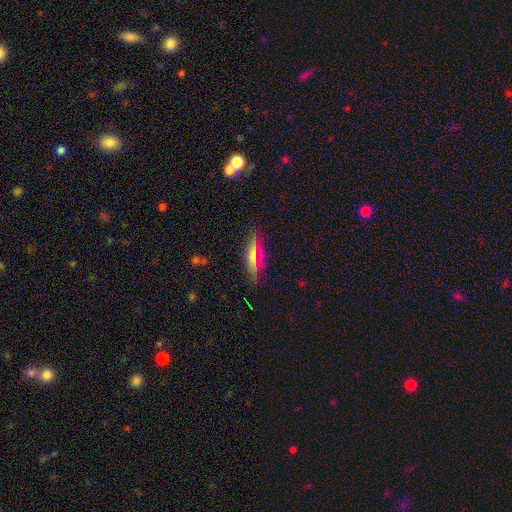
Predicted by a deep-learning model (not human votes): A smooth galaxy with no disk features (54%) that is in between round and cigar-shaped (61%). Merging: none (85%).